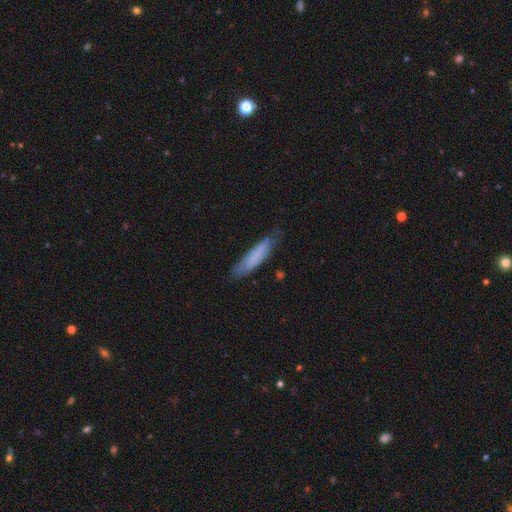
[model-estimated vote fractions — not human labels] Smooth or featured? smooth (75%)
How rounded? cigar-shaped (79%)
Merging? none (65%)